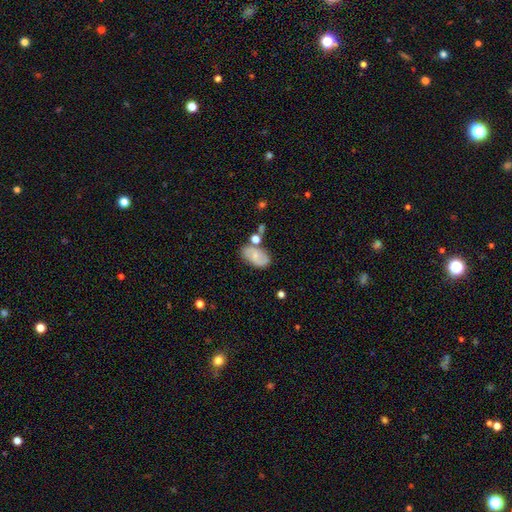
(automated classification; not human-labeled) Smooth or featured: smooth — 50% (featured or disk — 42%)
Merging: none — 65% (minor disturbance — 18%)